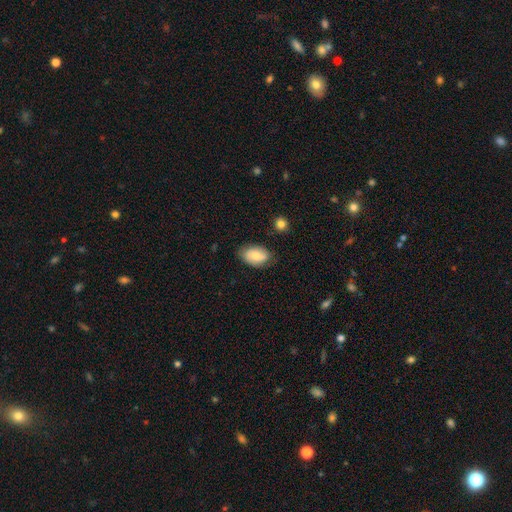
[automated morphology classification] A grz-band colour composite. It shows a smooth galaxy with no disk features (73%) that is in between round and cigar-shaped (89%). Merging: none (78%).